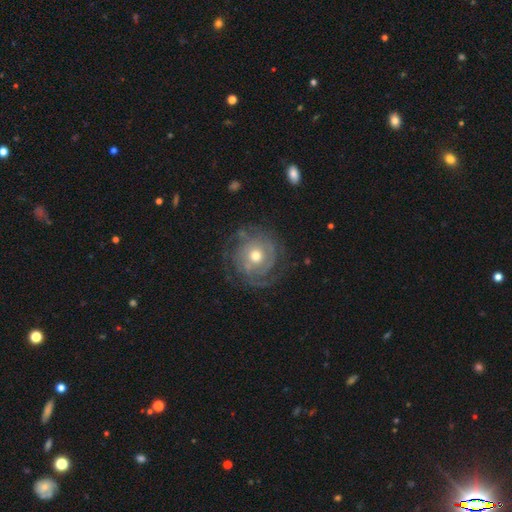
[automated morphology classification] Smooth or featured: featured or disk — 78% (smooth — 15%)
Edge-on disk: no — 97% (yes — 3%)
Bar: no — 80% (weak — 16%)
Spiral arms: yes — 88% (no — 12%)
Spiral winding: tight — 64% (medium — 25%)
Spiral arm count: can't tell — 37% (2 — 23%)
Bulge size: moderate — 67% (small — 26%)
Merging: none — 71% (minor disturbance — 16%)